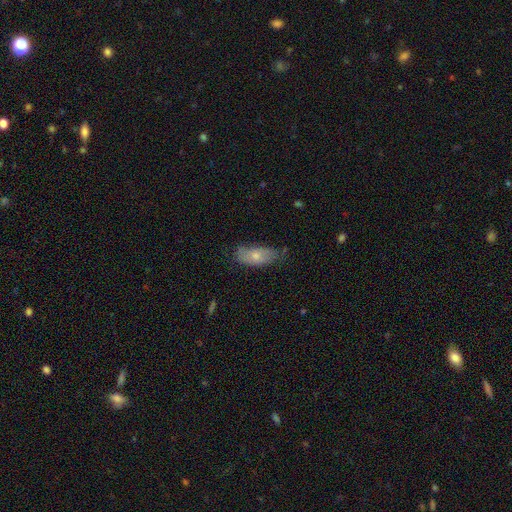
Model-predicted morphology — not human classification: Q: Smooth or featured?
A: smooth (70%); runner-up: featured or disk (24%)
Q: How rounded?
A: in between (85%); runner-up: cigar-shaped (12%)
Q: Merging?
A: none (56%); runner-up: minor disturbance (34%)